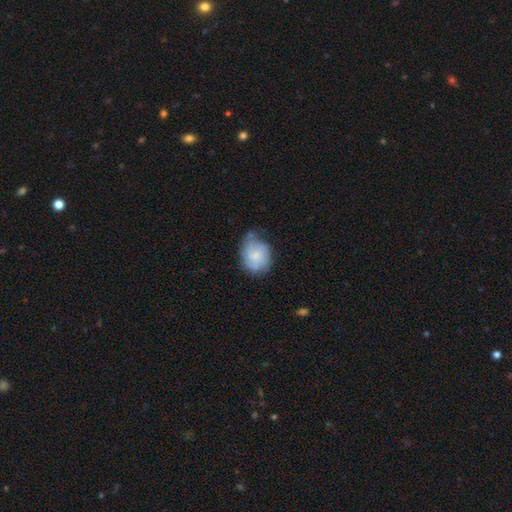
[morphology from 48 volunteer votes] Q: Smooth or featured?
A: smooth (54%); runner-up: featured or disk (42%)
Q: How rounded?
A: round (58%); runner-up: in between (42%)
Q: Merging?
A: none (48%); runner-up: minor disturbance (41%)